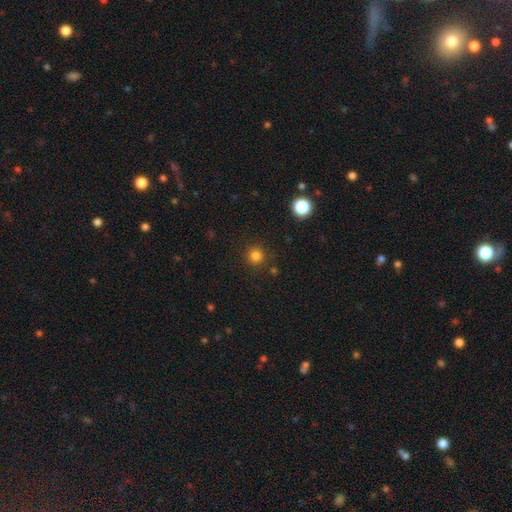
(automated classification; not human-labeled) Smooth or featured?
  - smooth: 81% *
  - star or artifact: 14%
  - featured or disk: 4%
How rounded?
  - round: 94% *
  - in between: 5%
  - cigar-shaped: 1%
Merging?
  - none: 89% *
  - minor disturbance: 7%
  - major disturbance: 3%
  - merger: 2%